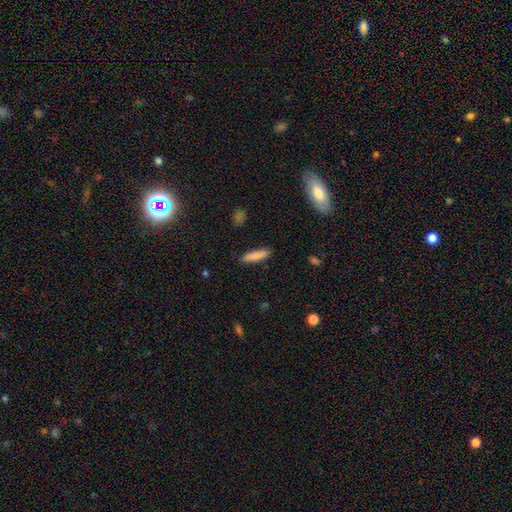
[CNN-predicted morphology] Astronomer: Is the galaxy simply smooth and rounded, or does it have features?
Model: smooth — 84%.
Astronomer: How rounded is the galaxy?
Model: cigar-shaped — 79%.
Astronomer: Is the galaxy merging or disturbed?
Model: none — 88%.